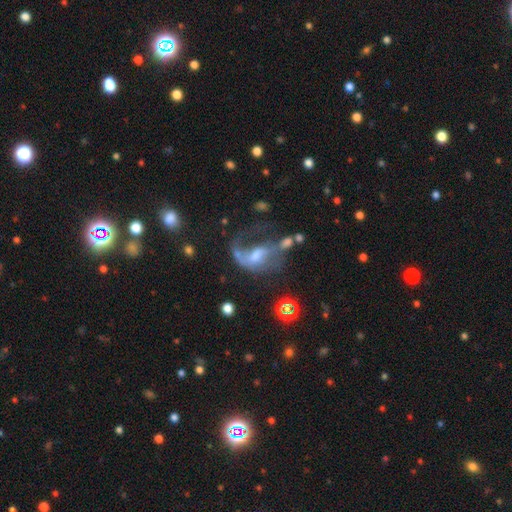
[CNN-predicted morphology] This is likely a featured or disk galaxy (66%). It is clearly not viewed edge-on (96%). Bar: possibly no (48%). Spiral arm pattern: likely yes (71%). Central bulge: marginally moderate (45%). Merging: marginally major disturbance (43%).